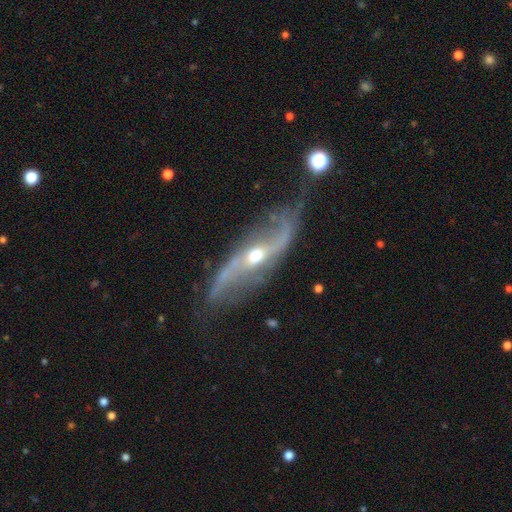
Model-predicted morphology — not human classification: type=featured or disk (88%); edge-on=no (86%); bar=no (48%); spiral arms=yes (92%); winding=loose (77%); arm count=2 (92%); bulge=moderate (56%); merging=none (60%).